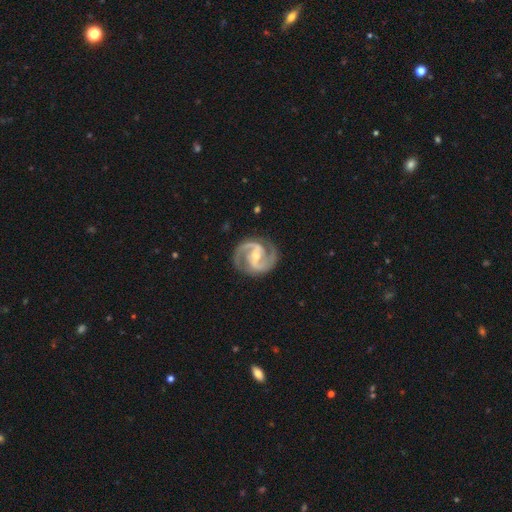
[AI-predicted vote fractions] This is clearly a featured or disk galaxy (93%). It is clearly not viewed edge-on (98%). Bar: marginally weak (41%). Spiral arm pattern: clearly yes (98%). Spiral arm count: clearly 2 (93%). Spiral winding: likely medium (61%). Central bulge: possibly small (50%). Merging: clearly none (85%).